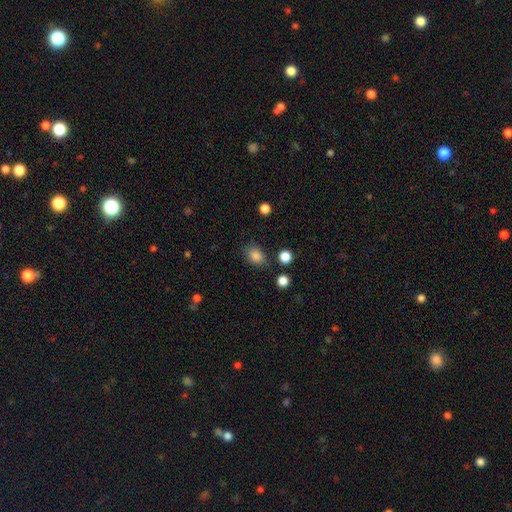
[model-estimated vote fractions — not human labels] This is clearly a smooth galaxy (85%). How rounded: likely in between (61%). Merging: likely none (79%).